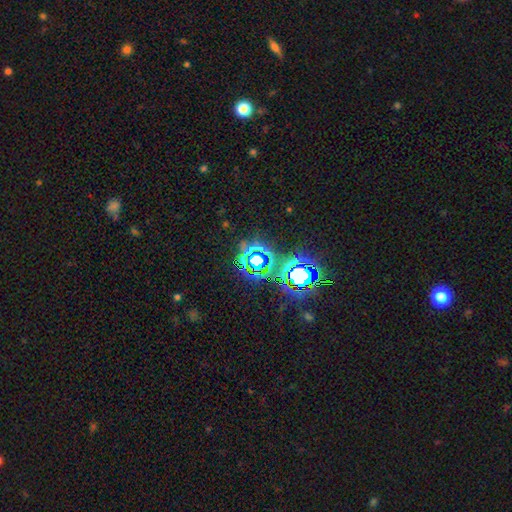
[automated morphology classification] Smooth or featured?
  - star or artifact: 73% *
  - smooth: 16%
  - featured or disk: 11%